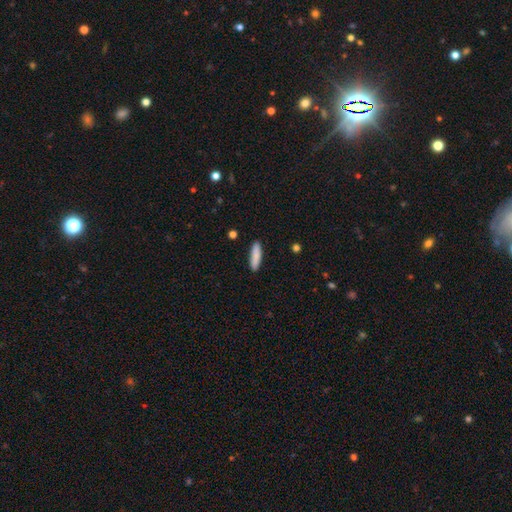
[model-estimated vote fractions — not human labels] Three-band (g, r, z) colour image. It shows a smooth galaxy with no disk features (87%) that is cigar-shaped (74%). Merging: none (89%).